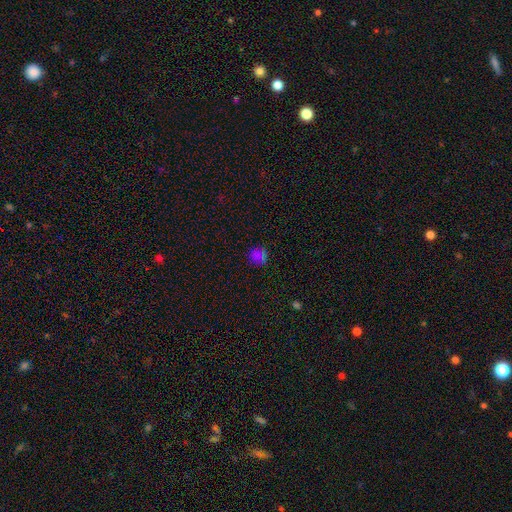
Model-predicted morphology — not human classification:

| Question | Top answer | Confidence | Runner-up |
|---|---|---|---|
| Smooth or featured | smooth | 64% | star or artifact (28%) |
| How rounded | round | 90% | in between (9%) |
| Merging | none | 77% | minor disturbance (12%) |